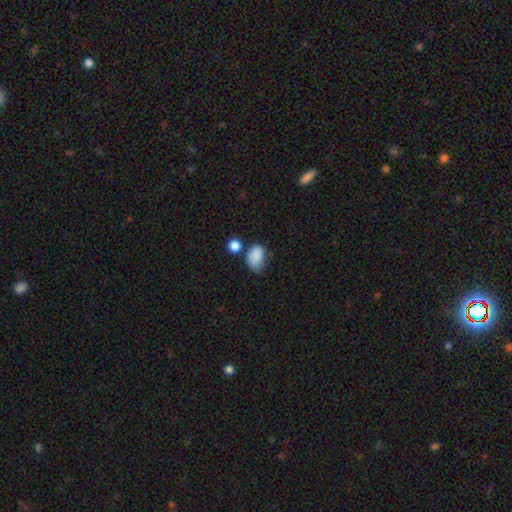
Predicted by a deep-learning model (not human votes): Q: Smooth or featured?
A: smooth (84%); runner-up: star or artifact (9%)
Q: How rounded?
A: in between (82%); runner-up: round (17%)
Q: Merging?
A: none (48%); runner-up: minor disturbance (30%)